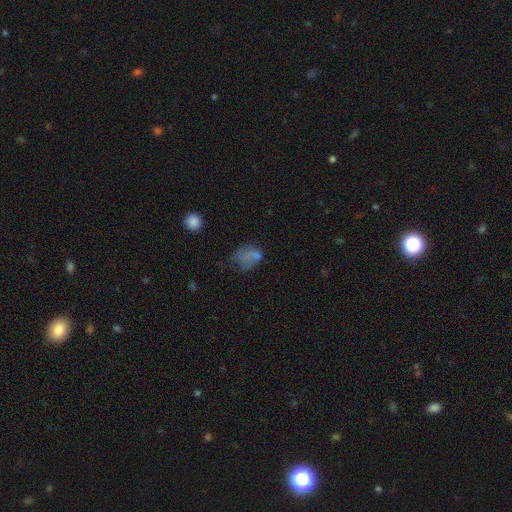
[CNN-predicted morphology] smooth 58%, featured or disk 23%, star or artifact 19%. Down the decision tree: how rounded — in between (67%); merging — none (36%).